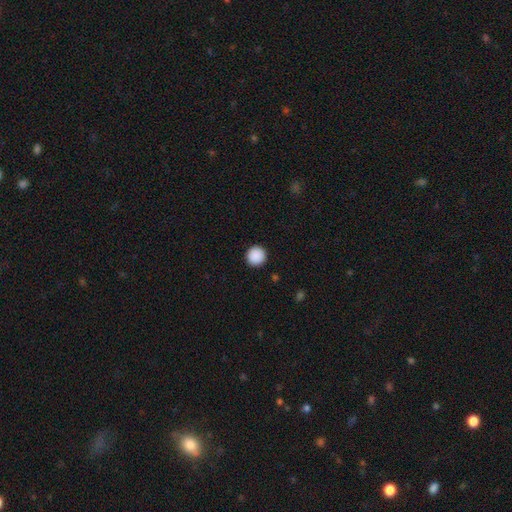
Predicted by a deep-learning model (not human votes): This is clearly a smooth galaxy (90%). How rounded: clearly round (96%). Merging: clearly none (93%).